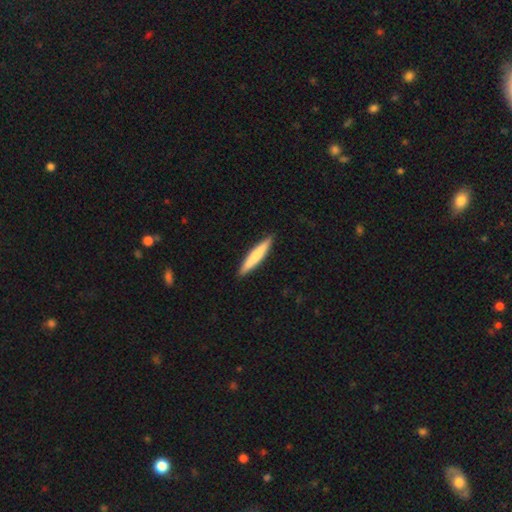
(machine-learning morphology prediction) Smooth or featured? smooth (71%)
How rounded? cigar-shaped (93%)
Merging? none (91%)